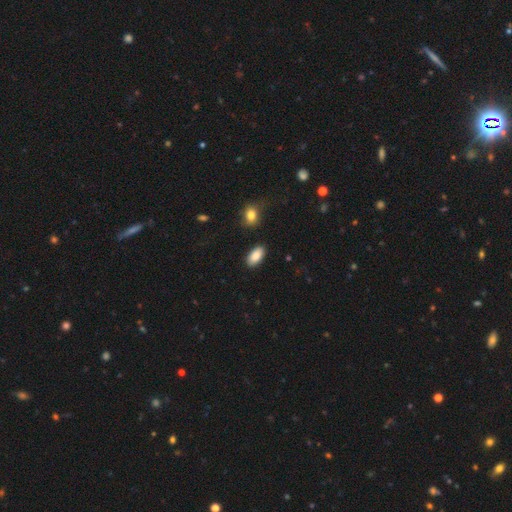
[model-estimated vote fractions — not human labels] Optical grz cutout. It shows a smooth galaxy with no disk features (88%) that is in between round and cigar-shaped (94%). Merging: none (87%).